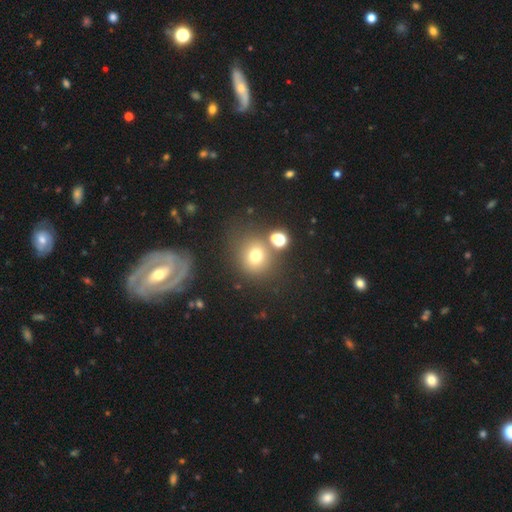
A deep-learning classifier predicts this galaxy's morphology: Smooth or featured? smooth (71%)
How rounded? round (81%)
Merging? none (68%)